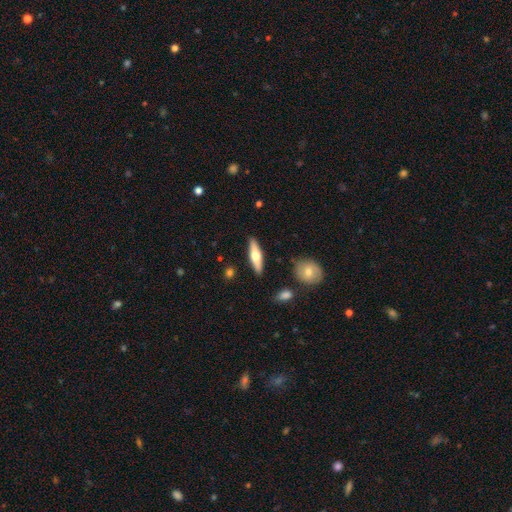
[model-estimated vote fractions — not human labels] The model was most divided on "smooth or featured": smooth: 50%, featured or disk: 45%, star or artifact: 5%. More confident: merging — none (87%).